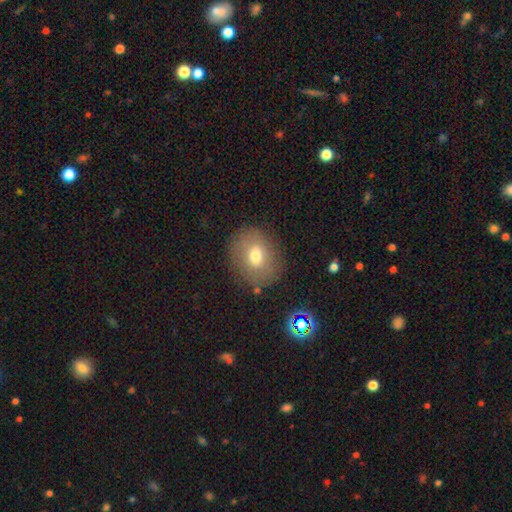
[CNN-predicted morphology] A smooth galaxy with no disk features (69%) that is round (53%).

Vote fractions:
- Smooth or featured? smooth: 69% / featured or disk: 20% / star or artifact: 11%
- How rounded? round: 53% / in between: 46% / cigar-shaped: 1%
- Merging? none: 81% / minor disturbance: 13% / major disturbance: 5% / merger: 2%